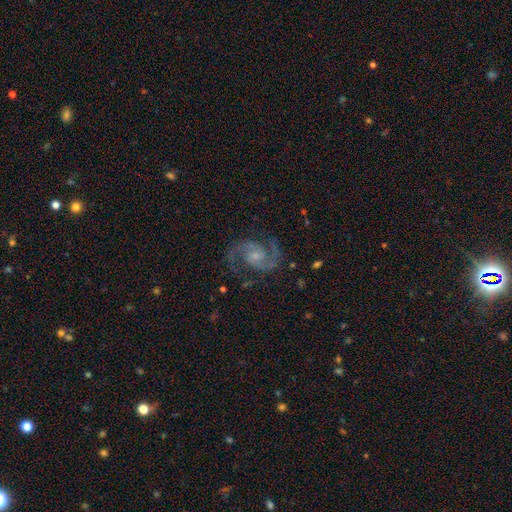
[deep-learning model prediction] A featured or disk galaxy (92%) with no bar (53%), 2 (94%) medium (64%) spiral arms (98%) and a small central bulge (58%). Merging: none (79%).